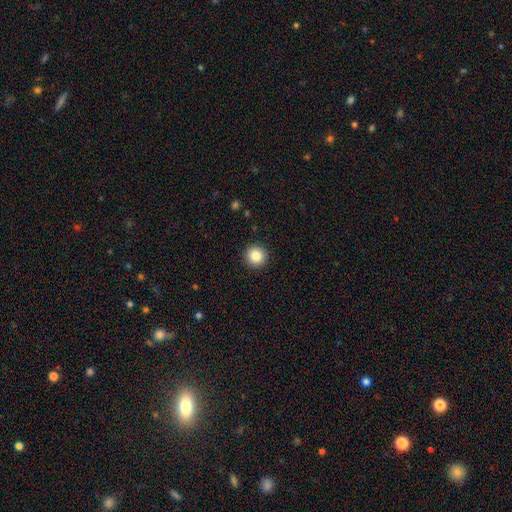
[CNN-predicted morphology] Smooth or featured? smooth (85%)
How rounded? round (95%)
Merging? none (92%)